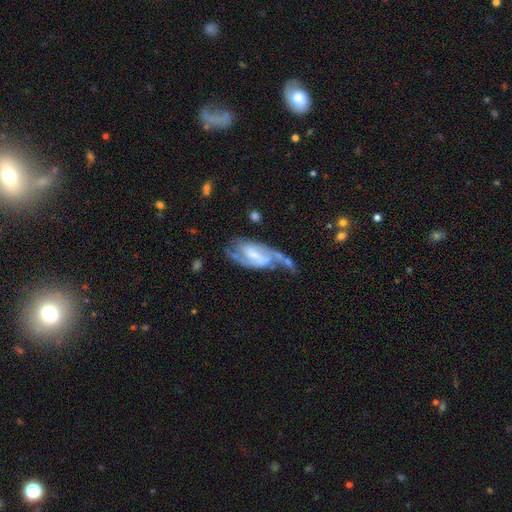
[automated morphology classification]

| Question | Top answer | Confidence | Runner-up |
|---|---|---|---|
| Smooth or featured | featured or disk | 81% | smooth (13%) |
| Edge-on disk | no | 95% | yes (5%) |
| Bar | weak | 48% | strong (30%) |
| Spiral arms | yes | 91% | no (9%) |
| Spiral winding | medium | 46% | loose (29%) |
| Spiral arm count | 2 | 75% | can't tell (10%) |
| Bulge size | small | 40% | moderate (30%) |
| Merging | none | 35% | major disturbance (28%) |